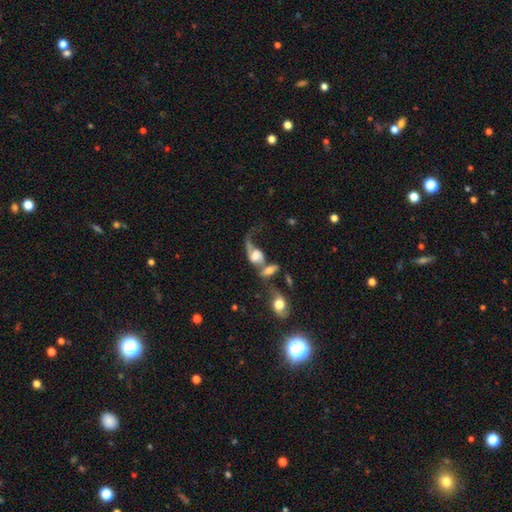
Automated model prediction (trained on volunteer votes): Q: Smooth or featured?
A: featured or disk (54%); runner-up: smooth (36%)
Q: Edge-on disk?
A: no (93%); runner-up: yes (7%)
Q: Bar?
A: no (67%); runner-up: weak (25%)
Q: Spiral arms?
A: yes (76%); runner-up: no (24%)
Q: Bulge size?
A: large (38%); runner-up: moderate (28%)
Q: Merging?
A: merger (55%); runner-up: major disturbance (26%)